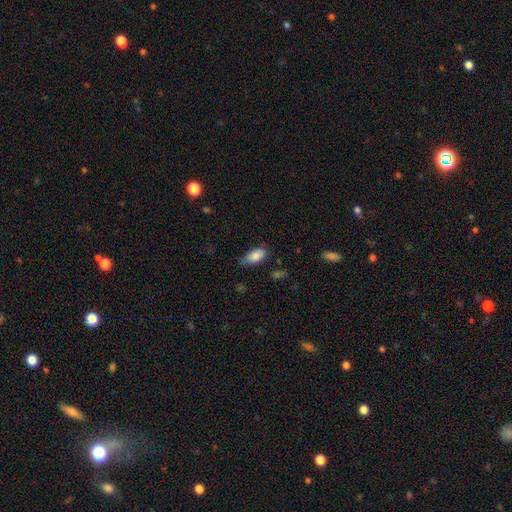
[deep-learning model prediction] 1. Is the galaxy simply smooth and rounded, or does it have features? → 85% smooth, 8% featured or disk, 7% star or artifact.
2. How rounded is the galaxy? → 92% in between, 5% cigar-shaped, 3% round.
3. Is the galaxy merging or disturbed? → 62% none, 30% minor disturbance, 6% major disturbance, 2% merger.